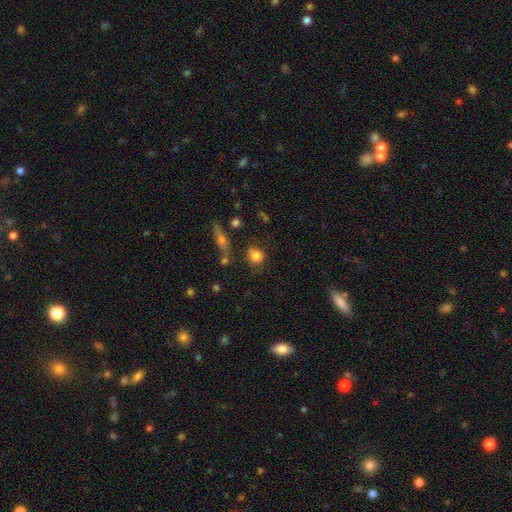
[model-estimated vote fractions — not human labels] This appears to be a smooth galaxy with no disk features (82%) that is round (72%). Merging: none (73%).